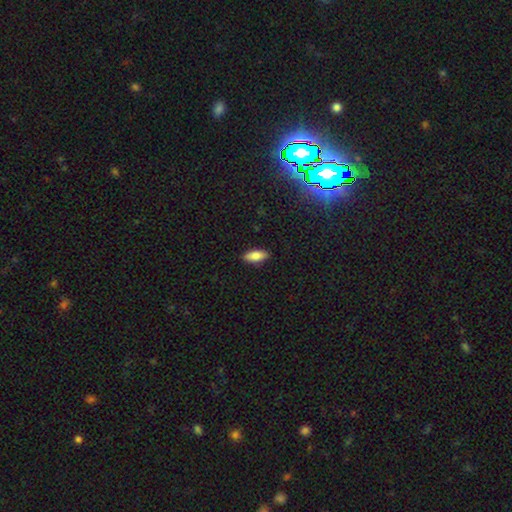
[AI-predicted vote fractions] Morphology: type=smooth (80%); roundness=in between (81%); merging=none (89%).